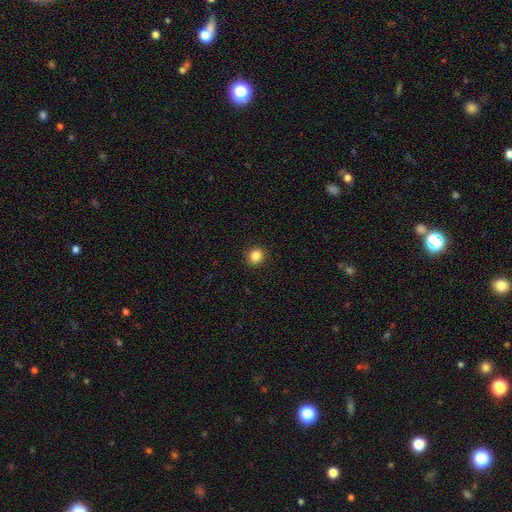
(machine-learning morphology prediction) Smooth or featured? Predicted: smooth (p=0.85). How rounded? Predicted: round (p=0.84). Merging? Predicted: none (p=0.91).